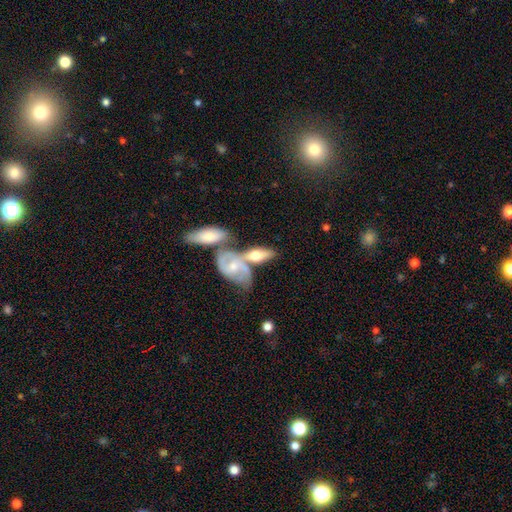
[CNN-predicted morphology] smooth_or_featured: featured or disk (p=0.51) [alt: smooth p=0.43]
disk_edge_on: no (p=0.68) [alt: yes p=0.32]
merging: merger (p=0.53) [alt: none p=0.28]